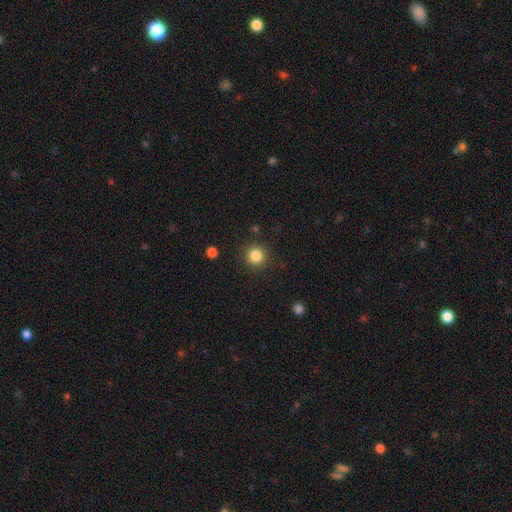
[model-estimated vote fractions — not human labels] Smooth or featured: smooth — 85% (star or artifact — 11%)
How rounded: round — 93% (in between — 6%)
Merging: none — 89% (minor disturbance — 7%)